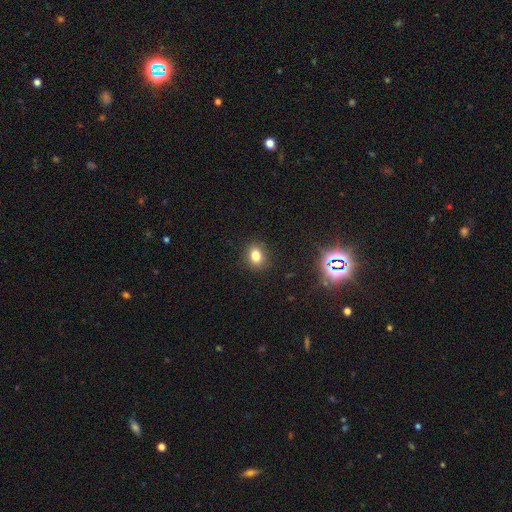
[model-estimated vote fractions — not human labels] smooth_or_featured: smooth (p=0.79) [alt: star or artifact p=0.14]
how_rounded: in between (p=0.57) [alt: round p=0.42]
merging: none (p=0.87) [alt: minor disturbance p=0.09]